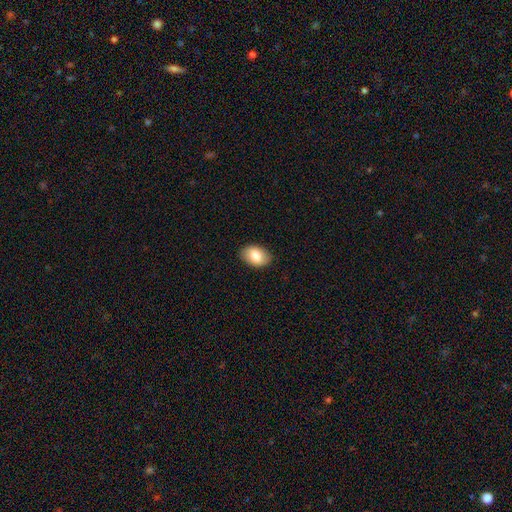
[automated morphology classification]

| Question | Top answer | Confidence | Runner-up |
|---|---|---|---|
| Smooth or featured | smooth | 82% | featured or disk (11%) |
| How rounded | in between | 86% | round (13%) |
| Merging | none | 88% | minor disturbance (9%) |